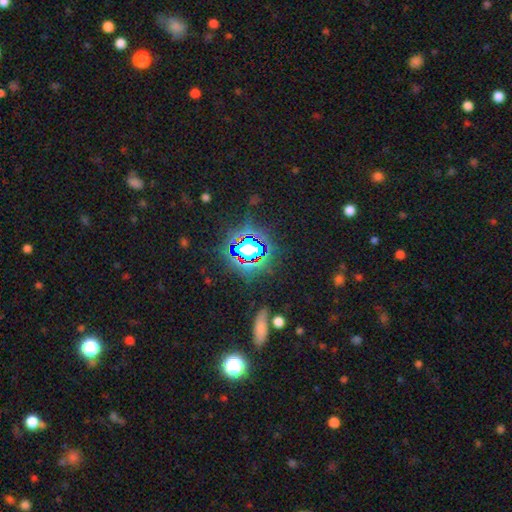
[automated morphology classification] Q: Smooth or featured?
A: star or artifact (80%); runner-up: smooth (12%)